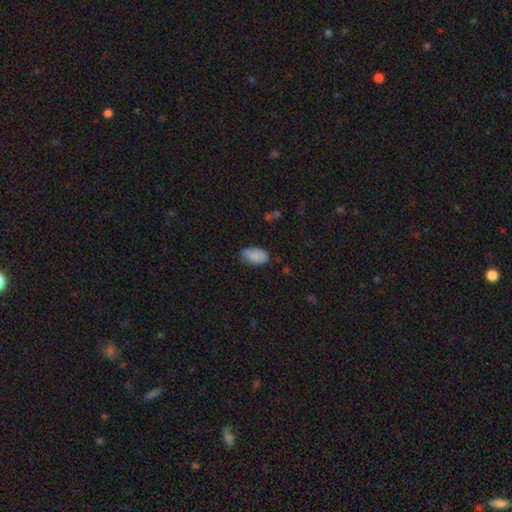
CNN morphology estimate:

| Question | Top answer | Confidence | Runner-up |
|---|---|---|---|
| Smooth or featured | smooth | 86% | star or artifact (7%) |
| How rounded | in between | 94% | round (5%) |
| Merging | none | 71% | minor disturbance (23%) |